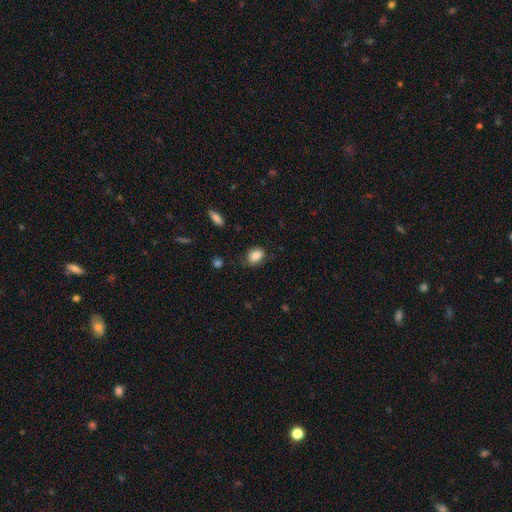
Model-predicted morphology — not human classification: Smooth or featured: smooth — 85% (star or artifact — 8%)
How rounded: in between — 69% (round — 29%)
Merging: none — 70% (minor disturbance — 24%)